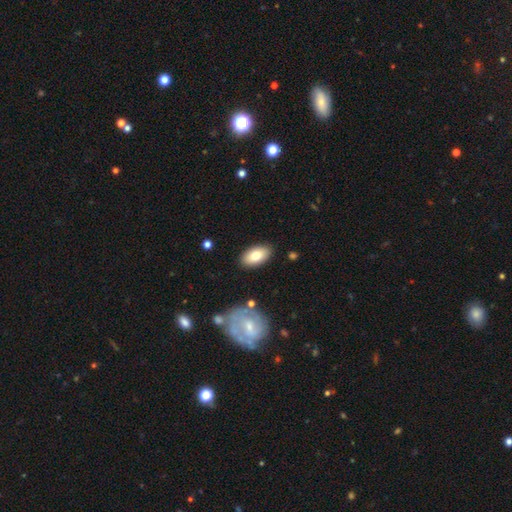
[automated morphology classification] smooth_or_featured: smooth (p=0.77) [alt: featured or disk p=0.16]
how_rounded: in between (p=0.93) [alt: round p=0.04]
merging: none (p=0.86) [alt: minor disturbance p=0.10]